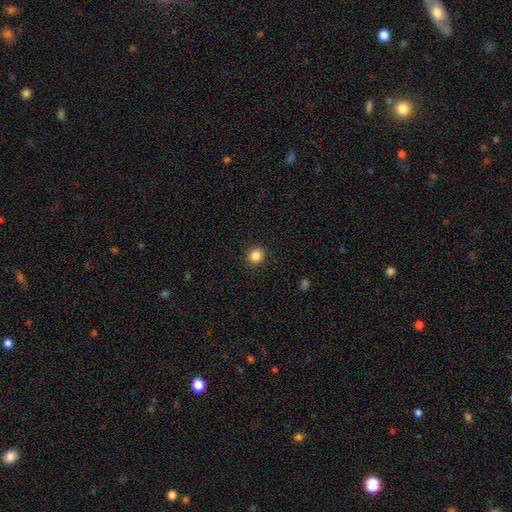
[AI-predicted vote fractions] This is clearly a smooth galaxy (86%). How rounded: clearly round (88%). Merging: clearly none (92%).